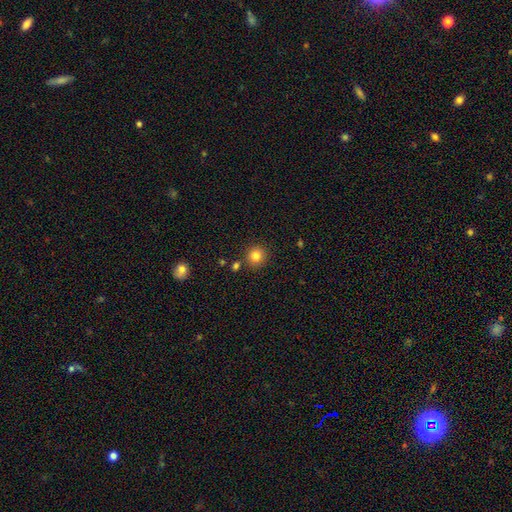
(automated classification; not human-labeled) Morphology: type=smooth (83%); roundness=round (93%); merging=none (85%).